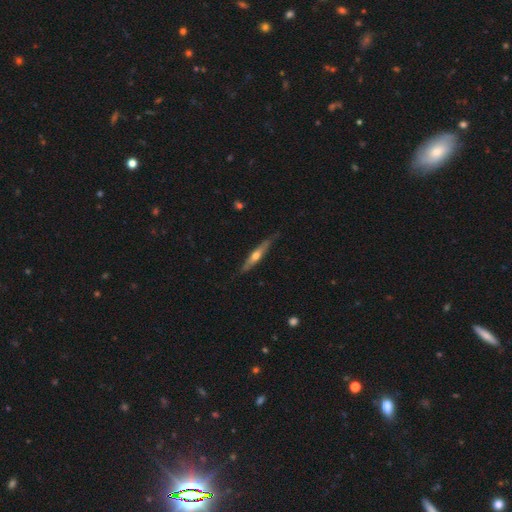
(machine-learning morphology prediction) The model was most divided on "smooth or featured": featured or disk: 56%, smooth: 38%, star or artifact: 5%. More confident: edge-on disk — yes (91%); edge-on bulge — rounded (84%); merging — none (78%).